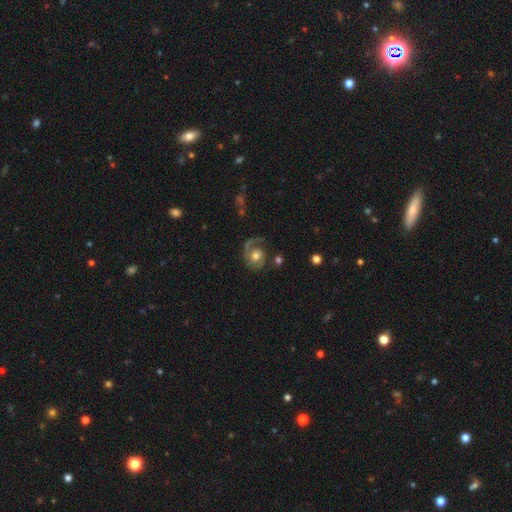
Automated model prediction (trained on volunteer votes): Smooth or featured: featured or disk — 78% (smooth — 15%)
Edge-on disk: no — 98% (yes — 2%)
Bar: no — 67% (weak — 27%)
Spiral arms: yes — 94% (no — 6%)
Spiral winding: medium — 44% (tight — 37%)
Spiral arm count: 2 — 52% (1 — 38%)
Bulge size: moderate — 66% (small — 17%)
Merging: none — 64% (minor disturbance — 17%)